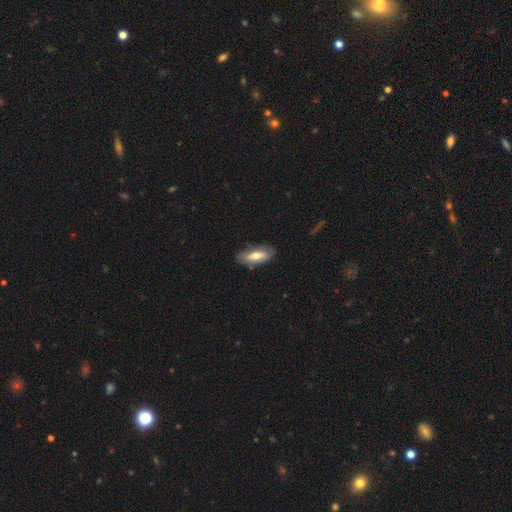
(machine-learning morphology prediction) type=smooth (63%); roundness=in between (76%); merging=none (79%).